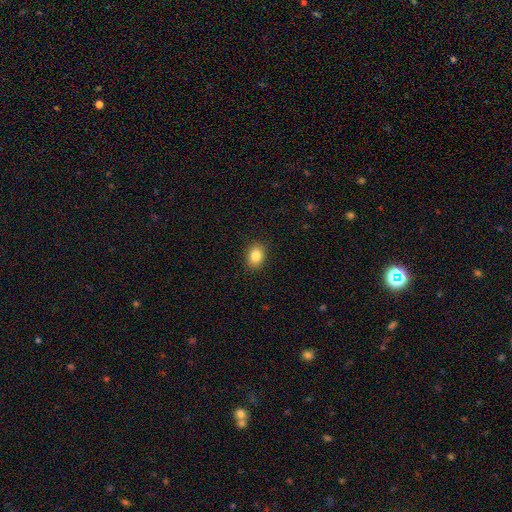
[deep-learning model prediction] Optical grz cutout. It shows a smooth galaxy with no disk features (85%) that is in between round and cigar-shaped (61%). Merging: none (89%).